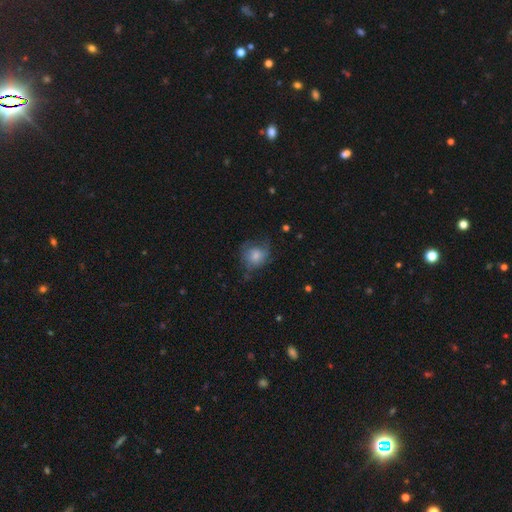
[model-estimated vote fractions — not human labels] Smooth or featured: smooth — 65% (featured or disk — 26%)
How rounded: round — 71% (in between — 28%)
Merging: none — 46% (minor disturbance — 30%)